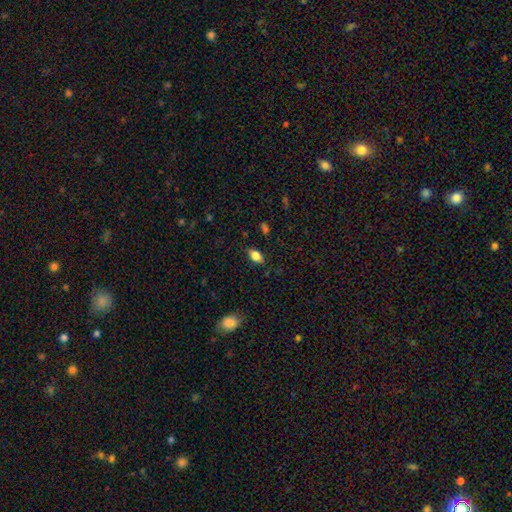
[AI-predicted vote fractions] The model was most divided on "merging": none: 81%, minor disturbance: 14%, major disturbance: 3%, merger: 1%. More confident: how rounded — in between (88%); smooth or featured — smooth (80%).